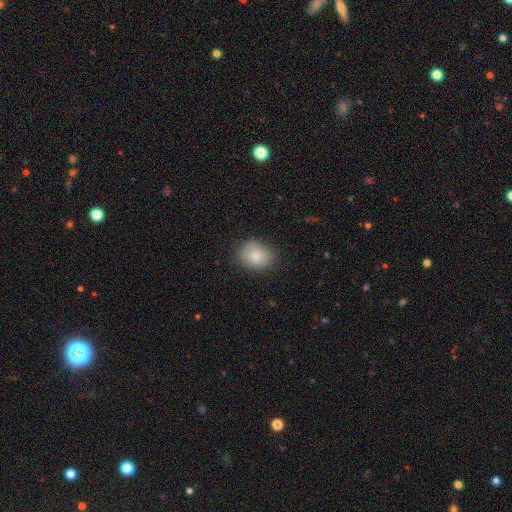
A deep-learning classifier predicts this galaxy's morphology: Smooth or featured? Predicted: smooth (p=0.83). How rounded? Predicted: in between (p=0.54). Merging? Predicted: none (p=0.75).